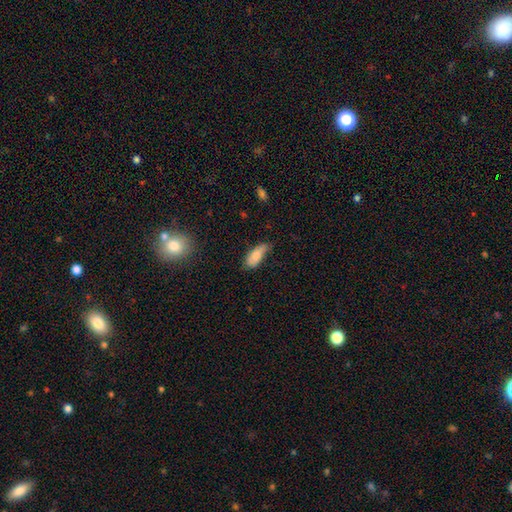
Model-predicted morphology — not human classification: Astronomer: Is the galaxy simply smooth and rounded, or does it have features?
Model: smooth — 78%.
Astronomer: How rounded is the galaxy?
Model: in between — 77%.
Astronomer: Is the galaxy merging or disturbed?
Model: none — 52% (runner-up: minor disturbance, 36%).